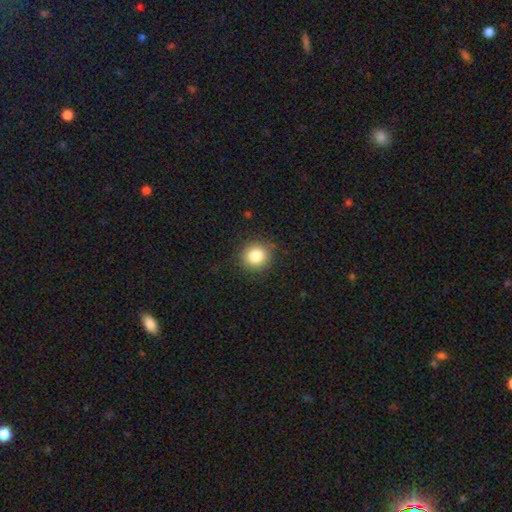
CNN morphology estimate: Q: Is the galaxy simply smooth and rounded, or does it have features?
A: smooth — 84%.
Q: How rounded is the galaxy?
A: round — 89%.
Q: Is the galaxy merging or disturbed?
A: none — 88%.